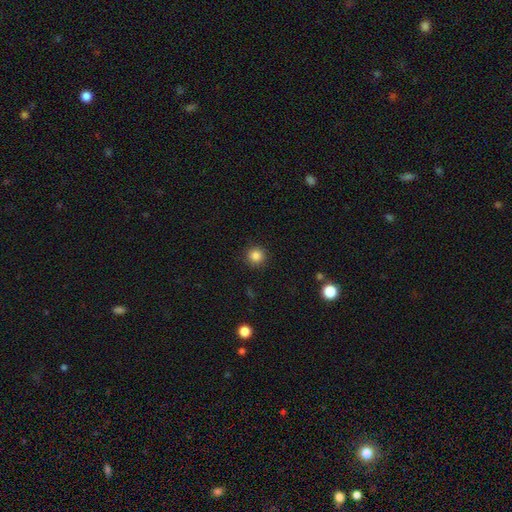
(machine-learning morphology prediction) smooth-or-featured: smooth: 85% | star or artifact: 11% | featured or disk: 4%
  how-rounded: round: 95% | in between: 4% | cigar-shaped: 1%
  merging: none: 91% | minor disturbance: 6% | major disturbance: 2% | merger: 1%